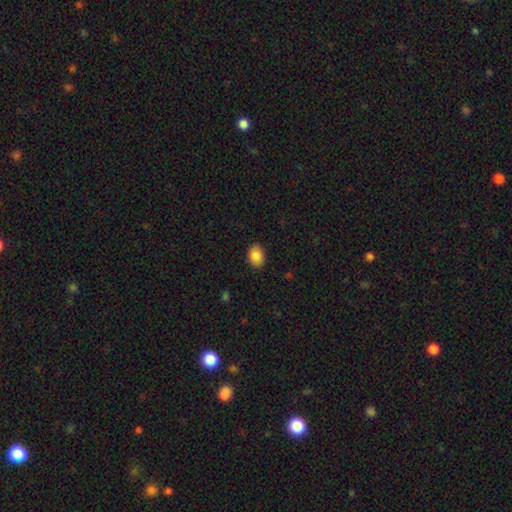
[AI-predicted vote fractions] Smooth or featured: smooth — 87% (star or artifact — 8%)
How rounded: in between — 76% (round — 23%)
Merging: none — 89% (minor disturbance — 8%)